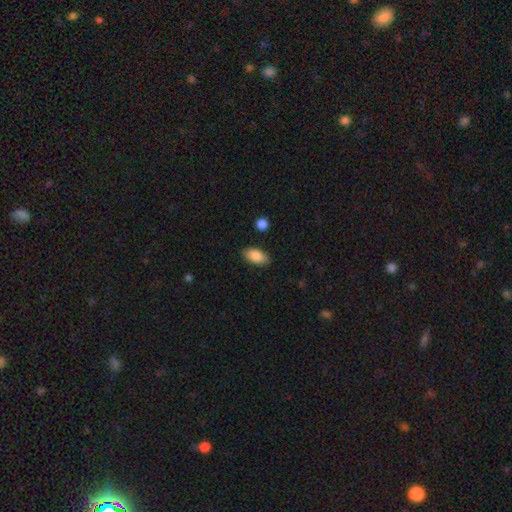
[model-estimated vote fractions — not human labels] smooth_or_featured: smooth (p=0.87) [alt: star or artifact p=0.07]
how_rounded: in between (p=0.91) [alt: cigar-shaped p=0.05]
merging: none (p=0.87) [alt: minor disturbance p=0.09]